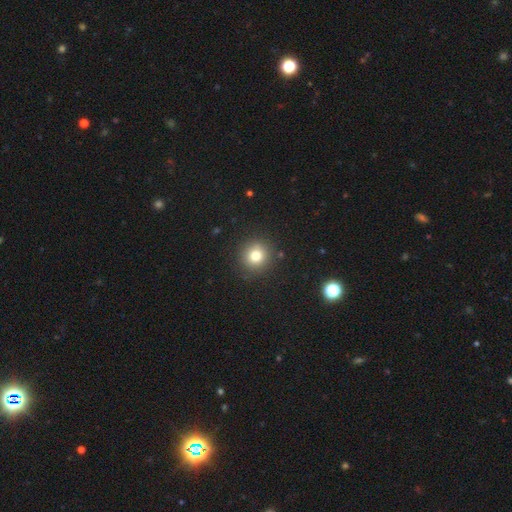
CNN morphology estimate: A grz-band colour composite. It shows a smooth galaxy with no disk features (78%) that is round (92%). Merging: none (88%).